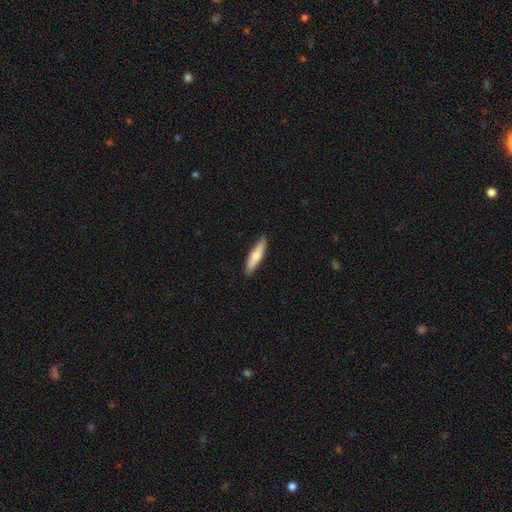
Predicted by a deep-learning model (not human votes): This is likely a smooth galaxy (66%). How rounded: clearly cigar-shaped (80%). Merging: clearly none (90%).